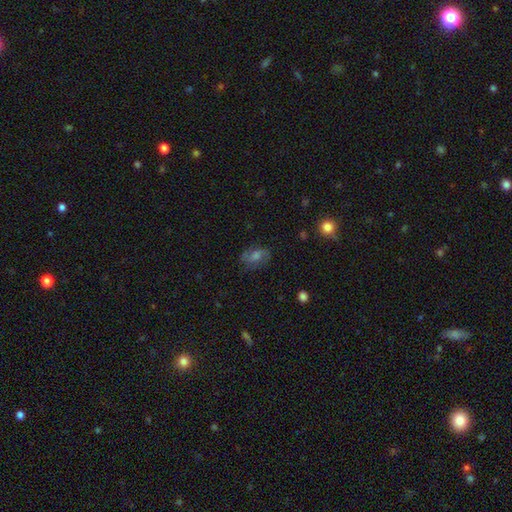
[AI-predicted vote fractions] This appears to be a featured or disk galaxy (48%). Merging: none (78%).